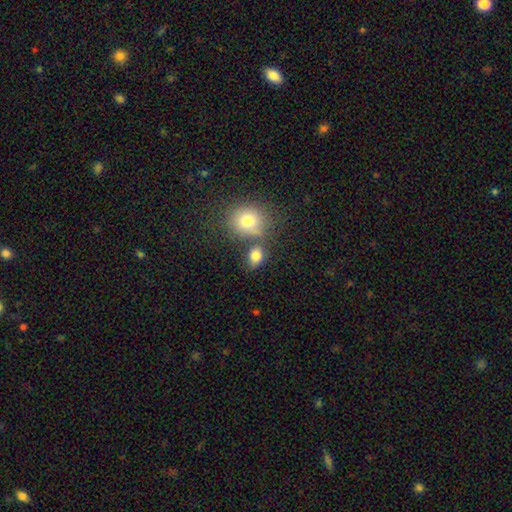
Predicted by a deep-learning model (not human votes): Morphology: type=smooth (82%); roundness=in between (61%); merging=none (64%).